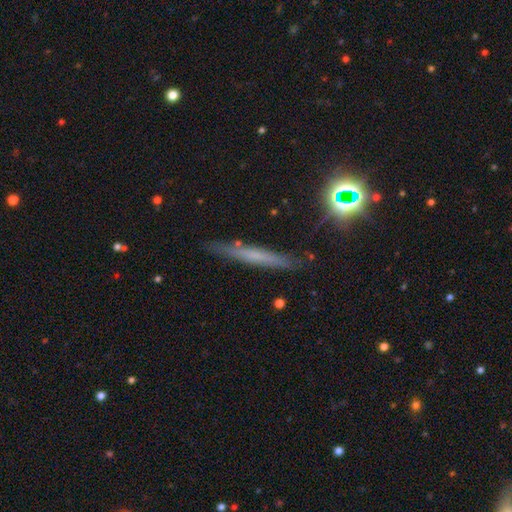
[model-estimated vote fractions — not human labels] A smooth galaxy with no disk features (45%).

Vote fractions:
- Smooth or featured? smooth: 45% / featured or disk: 42% / star or artifact: 13%
- Merging? none: 82% / minor disturbance: 13% / major disturbance: 3% / merger: 2%